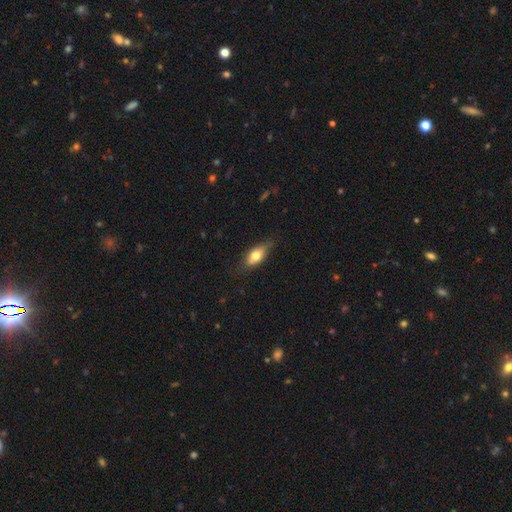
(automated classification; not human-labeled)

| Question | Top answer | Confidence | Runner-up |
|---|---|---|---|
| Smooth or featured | smooth | 67% | featured or disk (26%) |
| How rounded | in between | 78% | cigar-shaped (16%) |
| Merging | none | 73% | minor disturbance (22%) |